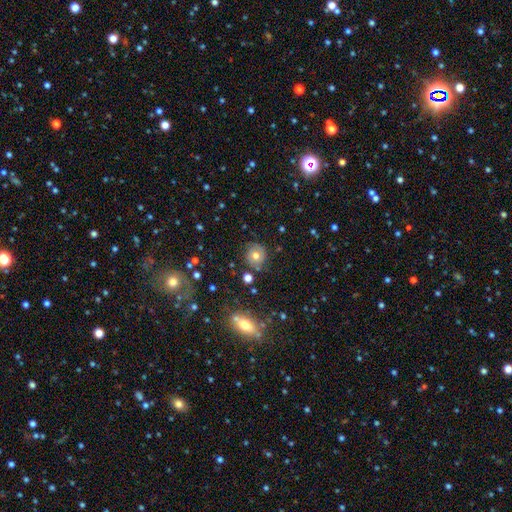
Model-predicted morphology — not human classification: A smooth galaxy with no disk features (55%) that is round (86%).

Vote fractions:
- Smooth or featured? smooth: 55% / featured or disk: 30% / star or artifact: 15%
- How rounded? round: 86% / in between: 13% / cigar-shaped: 1%
- Merging? none: 80% / minor disturbance: 13% / major disturbance: 4% / merger: 3%